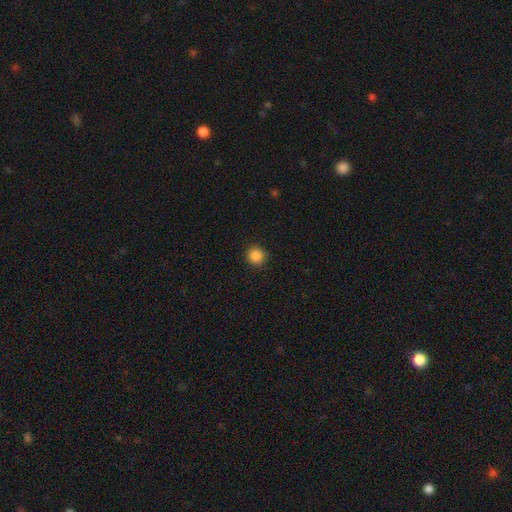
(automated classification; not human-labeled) smooth-or-featured: smooth: 87% | star or artifact: 10% | featured or disk: 3%
  how-rounded: round: 93% | in between: 6% | cigar-shaped: 1%
  merging: none: 91% | minor disturbance: 6% | major disturbance: 2% | merger: 1%